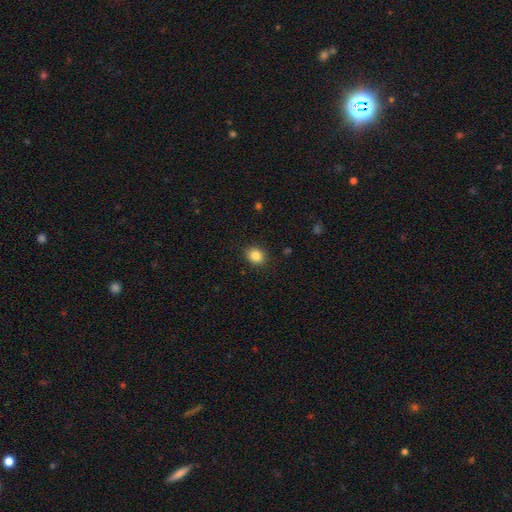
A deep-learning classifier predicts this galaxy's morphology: The model was most divided on "how rounded": round: 60%, in between: 39%, cigar-shaped: 1%. More confident: merging — none (89%); smooth or featured — smooth (86%).